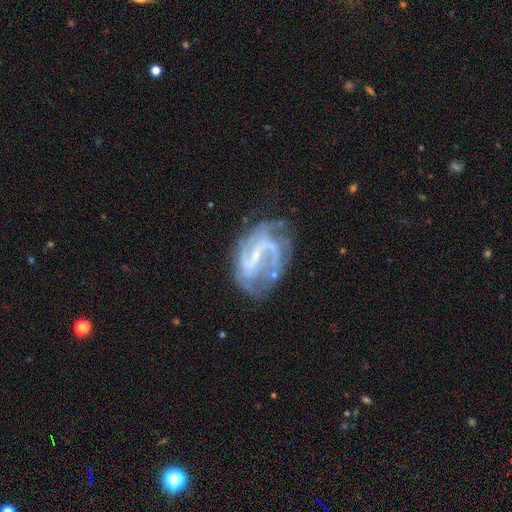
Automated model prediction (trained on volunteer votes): Smooth or featured? featured or disk (84%)
Edge-on disk? no (98%)
Bar? weak (48%)
Spiral arms? yes (89%)
Spiral winding? medium (44%)
Spiral arm count? 2 (52%)
Bulge size? small (62%)
Merging? none (50%)